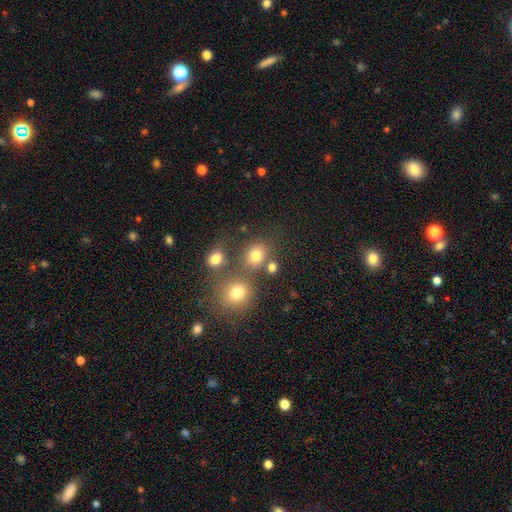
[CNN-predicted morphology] A smooth galaxy with no disk features (75%) that is round (71%).

Vote fractions:
- Smooth or featured? smooth: 75% / star or artifact: 17% / featured or disk: 8%
- How rounded? round: 71% / in between: 28% / cigar-shaped: 1%
- Merging? none: 65% / merger: 19% / minor disturbance: 10% / major disturbance: 5%